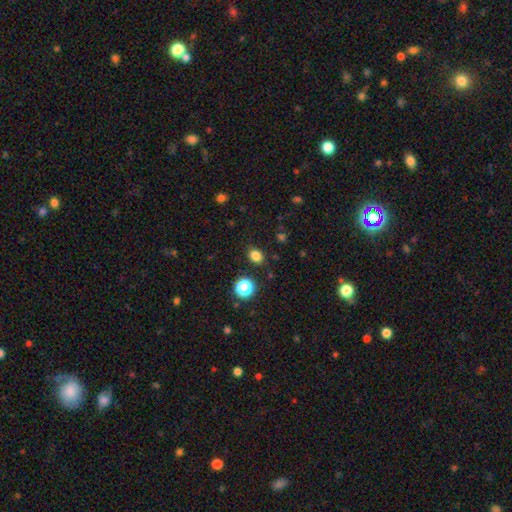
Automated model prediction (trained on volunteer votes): A smooth galaxy with no disk features (81%) that is in between round and cigar-shaped (50%). Merging: none (86%).